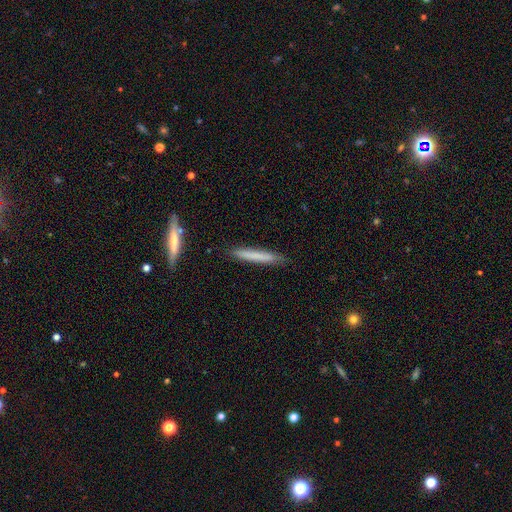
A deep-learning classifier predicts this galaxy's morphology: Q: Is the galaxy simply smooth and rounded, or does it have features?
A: smooth — 72%.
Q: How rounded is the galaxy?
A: cigar-shaped — 96%.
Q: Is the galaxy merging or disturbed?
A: none — 87%.